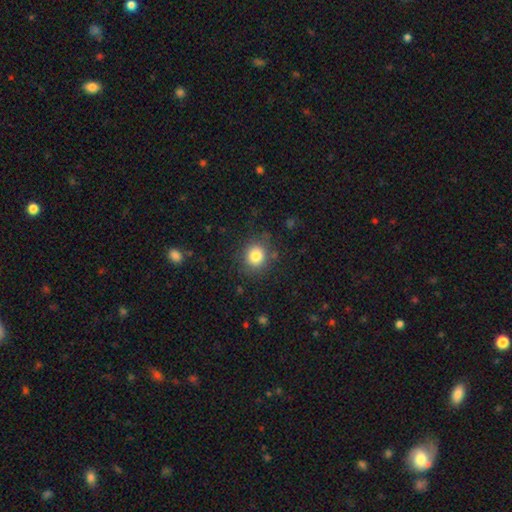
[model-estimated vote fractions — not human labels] smooth-or-featured: smooth: 82% | star or artifact: 11% | featured or disk: 6%
  how-rounded: round: 83% | in between: 16% | cigar-shaped: 1%
  merging: none: 83% | minor disturbance: 11% | major disturbance: 4% | merger: 2%